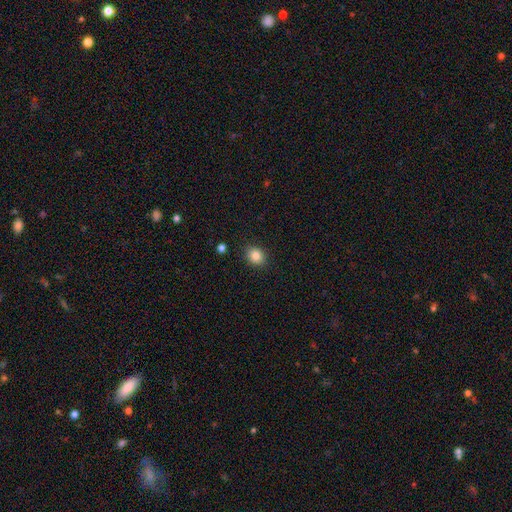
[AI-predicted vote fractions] smooth 84%, star or artifact 10%, featured or disk 6%. Down the decision tree: how rounded — round (57%); merging — none (89%).